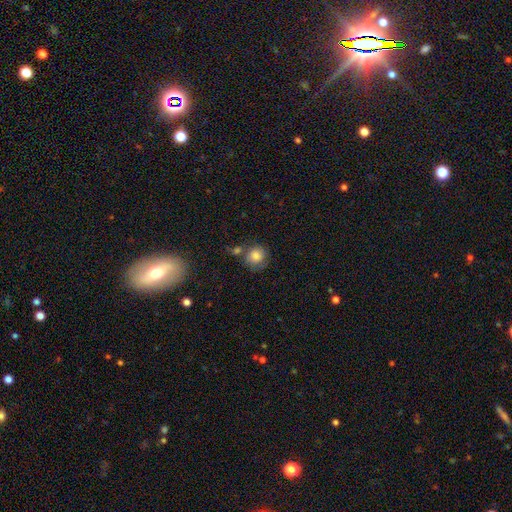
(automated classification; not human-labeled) Smooth or featured? smooth (82%)
How rounded? round (86%)
Merging? none (62%)